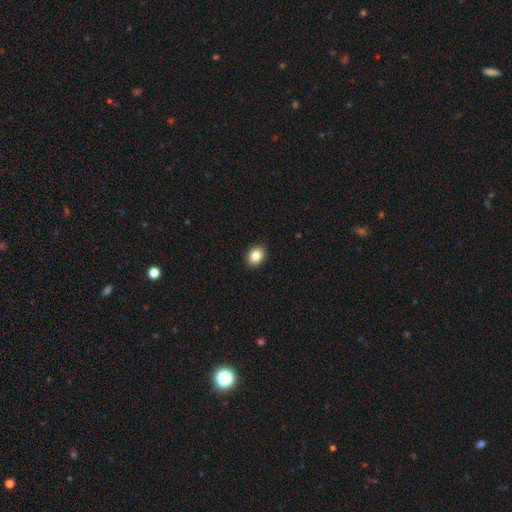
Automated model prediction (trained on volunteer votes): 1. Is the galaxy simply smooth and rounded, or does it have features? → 84% smooth, 9% star or artifact, 6% featured or disk.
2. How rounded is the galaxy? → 56% in between, 43% round, 1% cigar-shaped.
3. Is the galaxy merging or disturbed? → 91% none, 6% minor disturbance, 2% major disturbance, 1% merger.